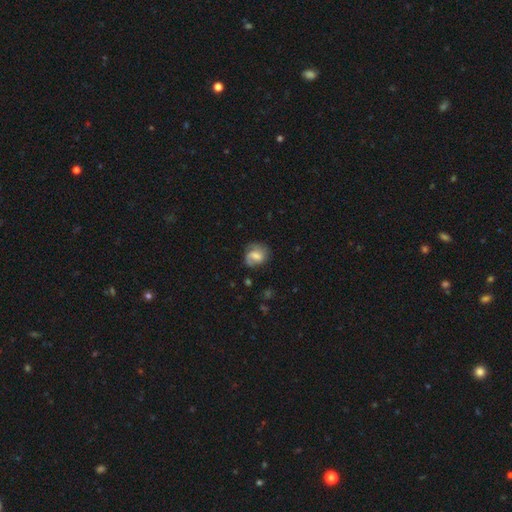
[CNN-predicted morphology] A smooth galaxy with no disk features (50%) that is round (57%). Merging: none (54%).